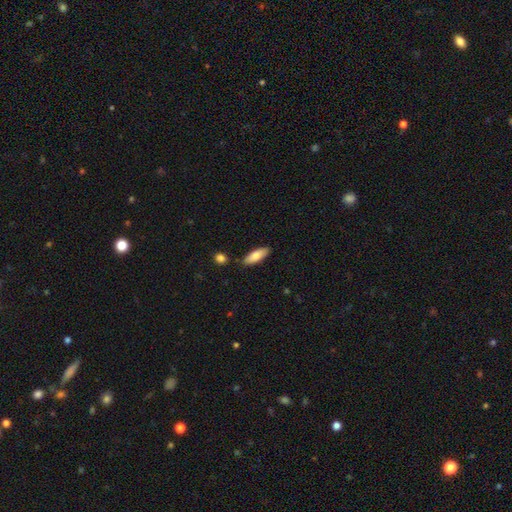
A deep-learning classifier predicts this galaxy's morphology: This is likely a smooth galaxy (78%). How rounded: likely in between (61%). Merging: clearly none (84%).